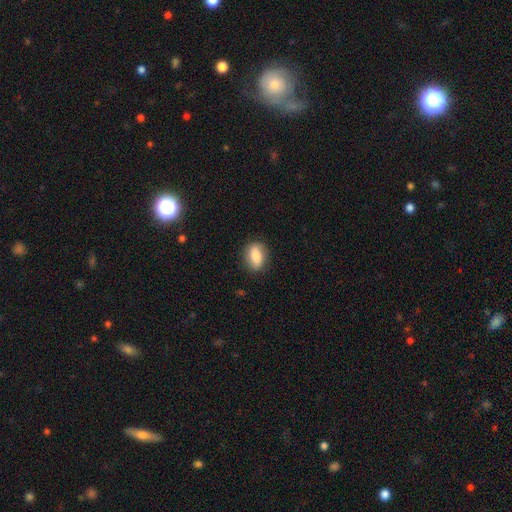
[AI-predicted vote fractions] Smooth or featured?
  - smooth: 75% *
  - featured or disk: 18%
  - star or artifact: 7%
How rounded?
  - in between: 77% *
  - round: 18%
  - cigar-shaped: 6%
Merging?
  - none: 84% *
  - minor disturbance: 12%
  - major disturbance: 3%
  - merger: 1%